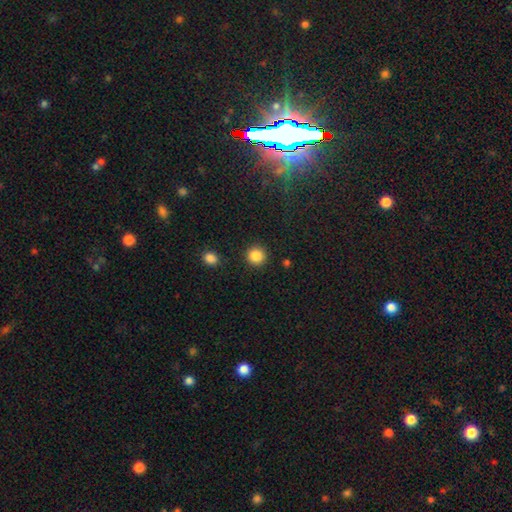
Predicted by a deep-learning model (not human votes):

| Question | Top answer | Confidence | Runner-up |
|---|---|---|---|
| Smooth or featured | smooth | 86% | star or artifact (10%) |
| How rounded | round | 94% | in between (5%) |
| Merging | none | 91% | minor disturbance (5%) |